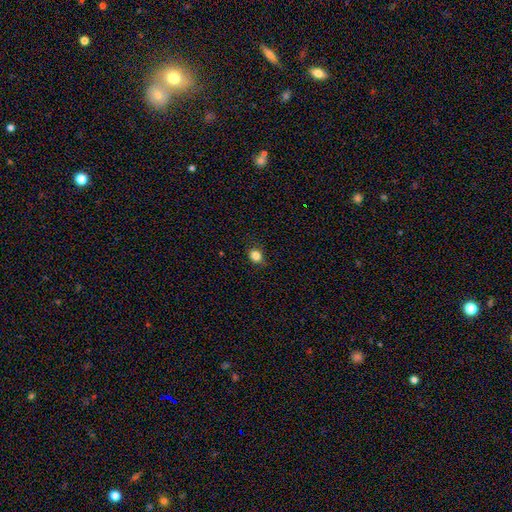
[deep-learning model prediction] A smooth galaxy with no disk features (84%) that is round (67%). Merging: none (85%).